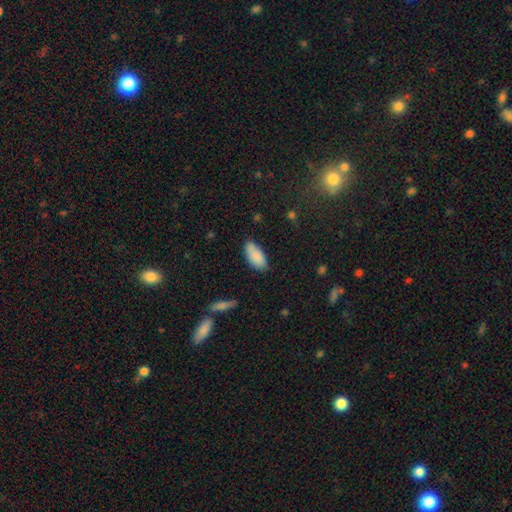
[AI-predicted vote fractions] Q: Smooth or featured?
A: smooth (87%); runner-up: featured or disk (7%)
Q: How rounded?
A: in between (91%); runner-up: cigar-shaped (8%)
Q: Merging?
A: none (77%); runner-up: minor disturbance (17%)